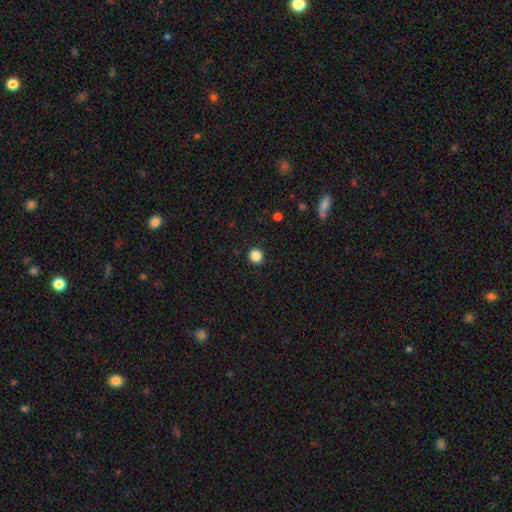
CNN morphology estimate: The model was most divided on "smooth or featured": smooth: 87%, star or artifact: 11%, featured or disk: 3%. More confident: merging — none (93%); how rounded — round (92%).